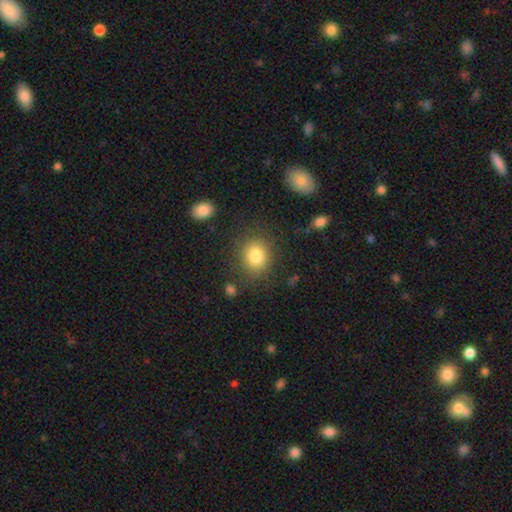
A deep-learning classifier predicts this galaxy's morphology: smooth_or_featured: smooth (p=0.82) [alt: star or artifact p=0.10]
how_rounded: round (p=0.71) [alt: in between p=0.28]
merging: none (p=0.83) [alt: minor disturbance p=0.10]